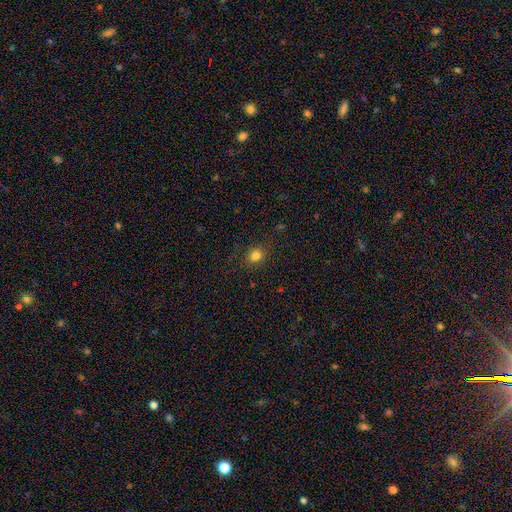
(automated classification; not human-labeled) A smooth galaxy with no disk features (81%) that is round (75%).

Vote fractions:
- Smooth or featured? smooth: 81% / star or artifact: 14% / featured or disk: 5%
- How rounded? round: 75% / in between: 24% / cigar-shaped: 1%
- Merging? none: 85% / minor disturbance: 10% / major disturbance: 4% / merger: 1%